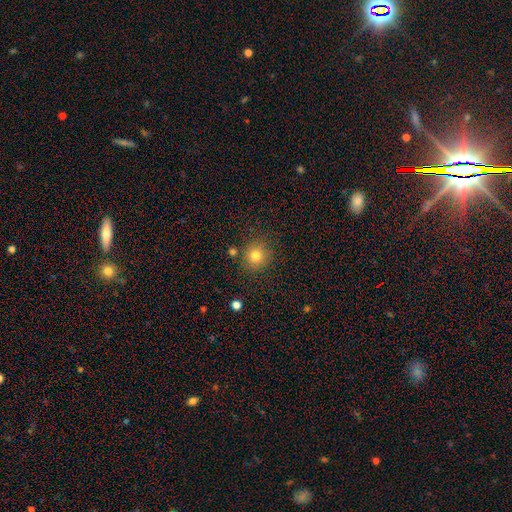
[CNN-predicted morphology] This is likely a smooth galaxy (79%). How rounded: clearly round (87%). Merging: clearly none (83%).